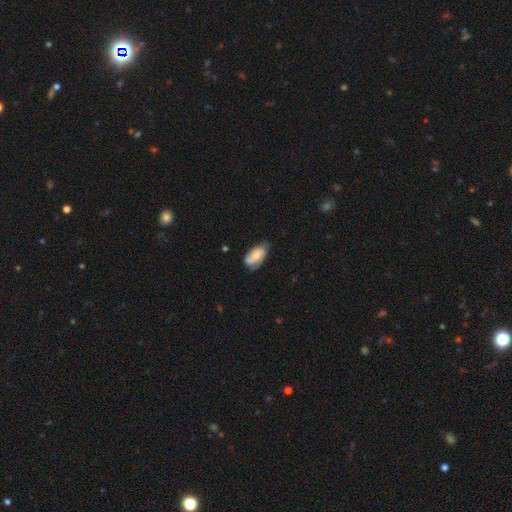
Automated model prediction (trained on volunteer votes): A smooth galaxy with no disk features (57%) that is in between round and cigar-shaped (92%).

Vote fractions:
- Smooth or featured? smooth: 57% / featured or disk: 36% / star or artifact: 8%
- How rounded? in between: 92% / cigar-shaped: 5% / round: 4%
- Merging? none: 53% / minor disturbance: 32% / major disturbance: 9% / merger: 5%